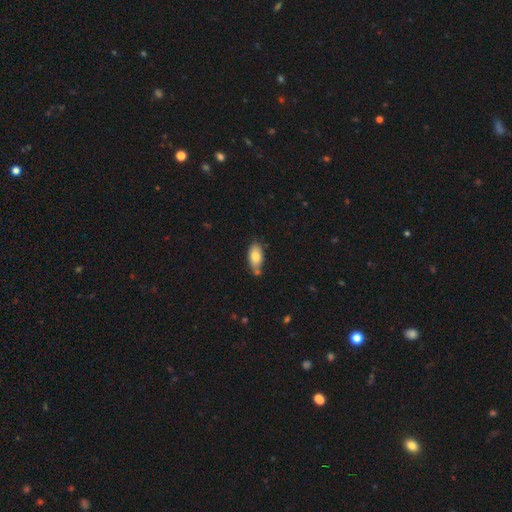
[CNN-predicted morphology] type=smooth (78%); roundness=in between (89%); merging=none (64%).